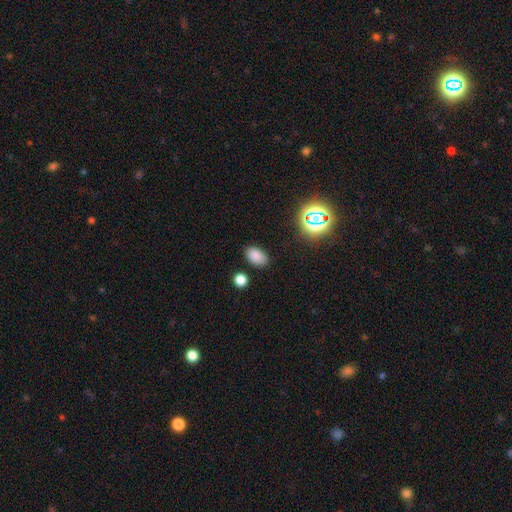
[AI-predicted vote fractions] Smooth or featured?
  - smooth: 81% *
  - star or artifact: 14%
  - featured or disk: 5%
How rounded?
  - in between: 89% *
  - round: 10%
  - cigar-shaped: 1%
Merging?
  - none: 83% *
  - minor disturbance: 11%
  - major disturbance: 3%
  - merger: 3%